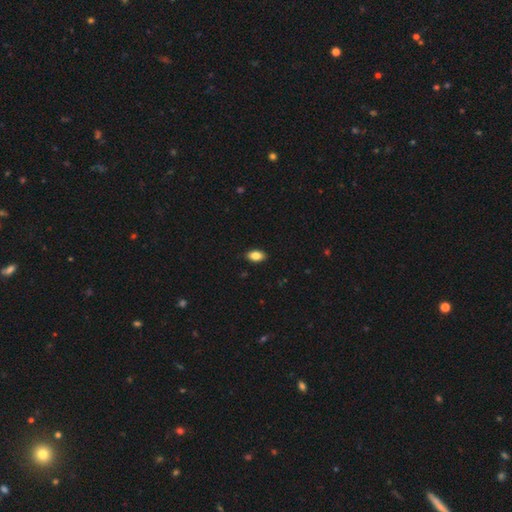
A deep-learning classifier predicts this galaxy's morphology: Smooth or featured? Predicted: smooth (p=0.85). How rounded? Predicted: in between (p=0.90). Merging? Predicted: none (p=0.90).